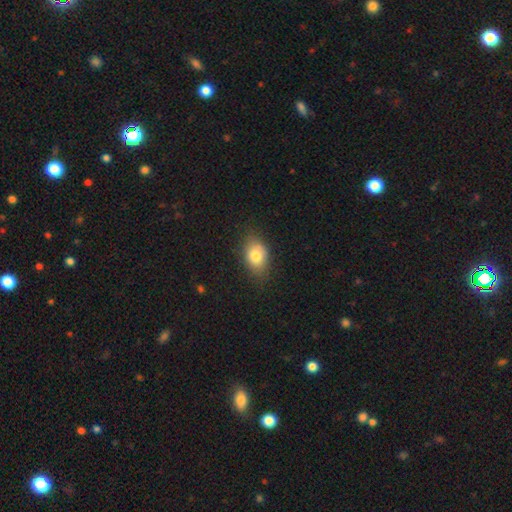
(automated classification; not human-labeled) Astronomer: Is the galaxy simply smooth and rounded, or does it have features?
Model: smooth — 79%.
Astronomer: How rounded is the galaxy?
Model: in between — 76%.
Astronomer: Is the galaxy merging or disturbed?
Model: none — 75%.